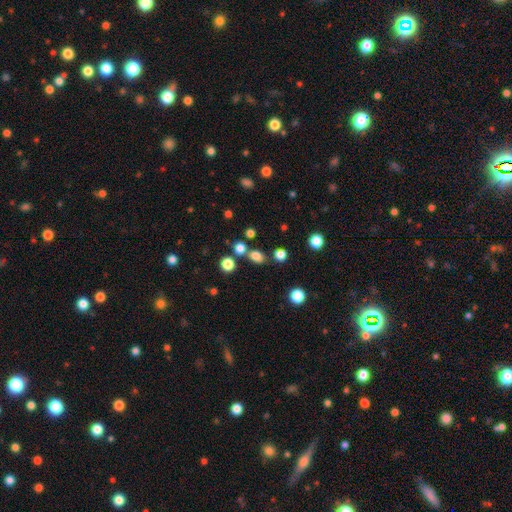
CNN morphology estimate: The model was most divided on "how rounded": in between: 50%, round: 49%, cigar-shaped: 2%. More confident: smooth or featured — smooth (76%); merging — none (69%).